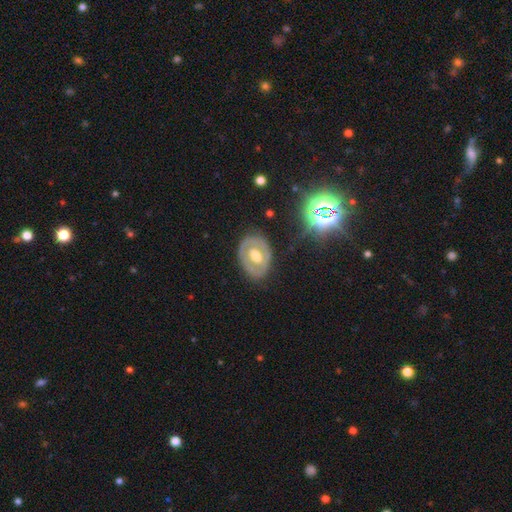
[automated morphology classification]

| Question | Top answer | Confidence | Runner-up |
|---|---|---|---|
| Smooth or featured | featured or disk | 63% | smooth (28%) |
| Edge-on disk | no | 93% | yes (7%) |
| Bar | no | 53% | weak (31%) |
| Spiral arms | no | 74% | yes (26%) |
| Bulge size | moderate | 67% | large (23%) |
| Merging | none | 79% | minor disturbance (14%) |